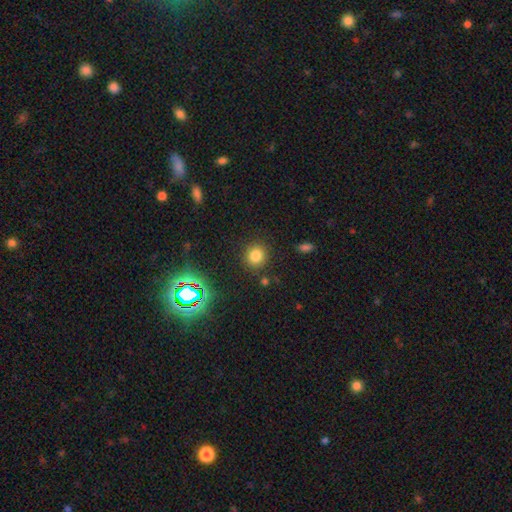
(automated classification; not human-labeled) This is likely a smooth galaxy (78%). How rounded: clearly round (88%). Merging: clearly none (87%).